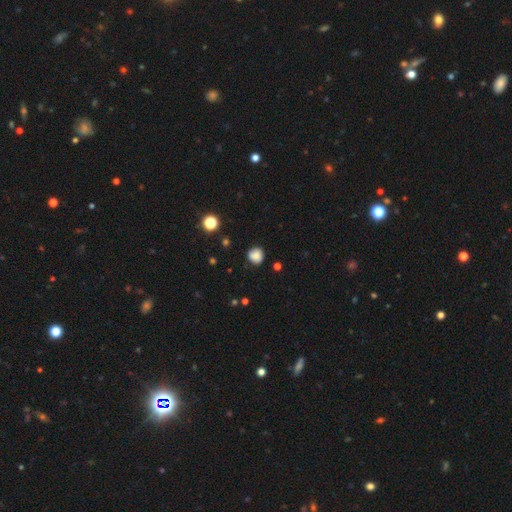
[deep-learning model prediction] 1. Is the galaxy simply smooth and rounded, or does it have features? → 80% smooth, 11% star or artifact, 9% featured or disk.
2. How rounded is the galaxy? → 86% round, 13% in between, 1% cigar-shaped.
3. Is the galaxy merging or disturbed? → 77% none, 17% minor disturbance, 4% major disturbance, 2% merger.